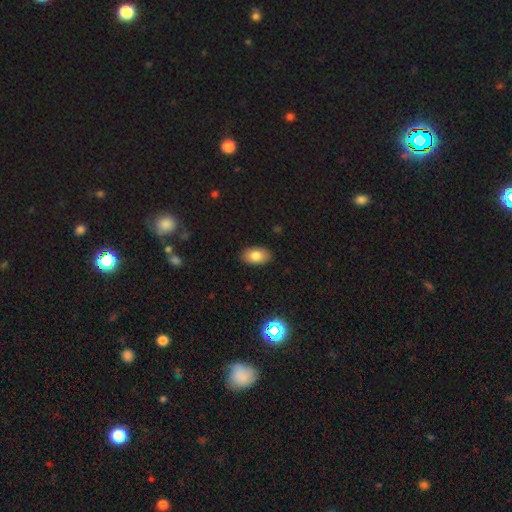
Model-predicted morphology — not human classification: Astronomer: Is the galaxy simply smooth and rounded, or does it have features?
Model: smooth — 82%.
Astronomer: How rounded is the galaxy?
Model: in between — 92%.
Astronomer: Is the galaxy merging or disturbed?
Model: none — 88%.